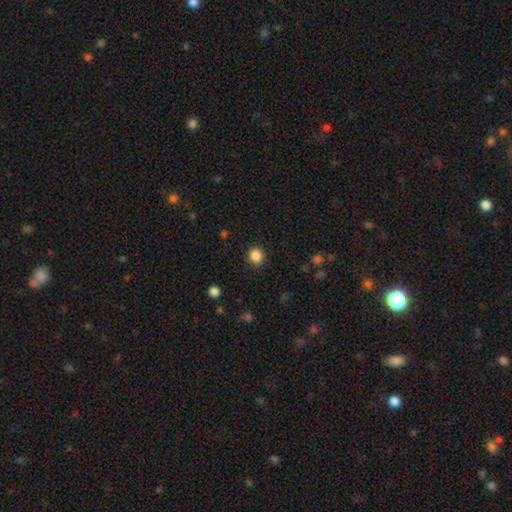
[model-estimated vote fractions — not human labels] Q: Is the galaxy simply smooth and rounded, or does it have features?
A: smooth — 86%.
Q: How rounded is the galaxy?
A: round — 90%.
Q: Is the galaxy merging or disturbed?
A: none — 91%.